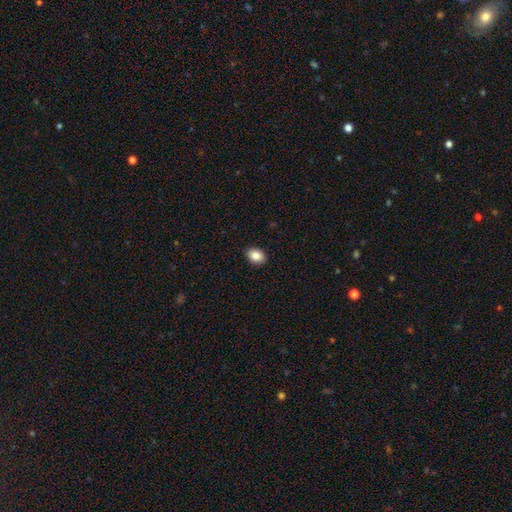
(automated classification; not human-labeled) A smooth galaxy with no disk features (86%) that is in between round and cigar-shaped (65%).

Vote fractions:
- Smooth or featured? smooth: 86% / star or artifact: 9% / featured or disk: 5%
- How rounded? in between: 65% / round: 34% / cigar-shaped: 1%
- Merging? none: 91% / minor disturbance: 6% / major disturbance: 2% / merger: 1%